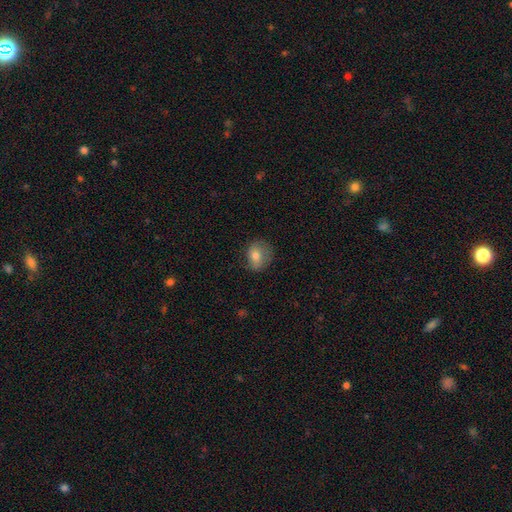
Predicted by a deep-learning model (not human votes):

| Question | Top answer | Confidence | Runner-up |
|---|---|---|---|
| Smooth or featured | smooth | 74% | featured or disk (17%) |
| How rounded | round | 58% | in between (41%) |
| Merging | none | 66% | minor disturbance (24%) |